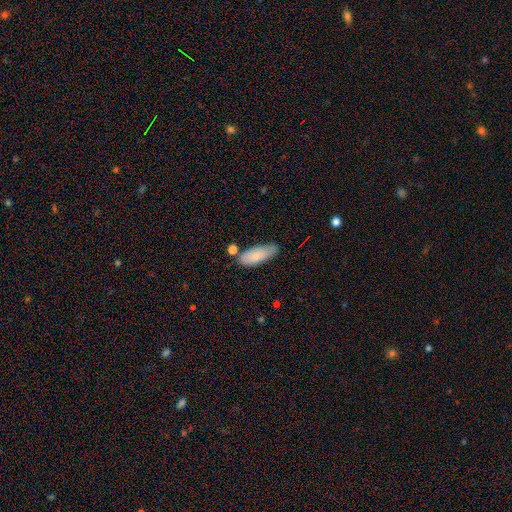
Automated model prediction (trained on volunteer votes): Morphology: type=smooth (83%); roundness=in between (73%); merging=none (65%).